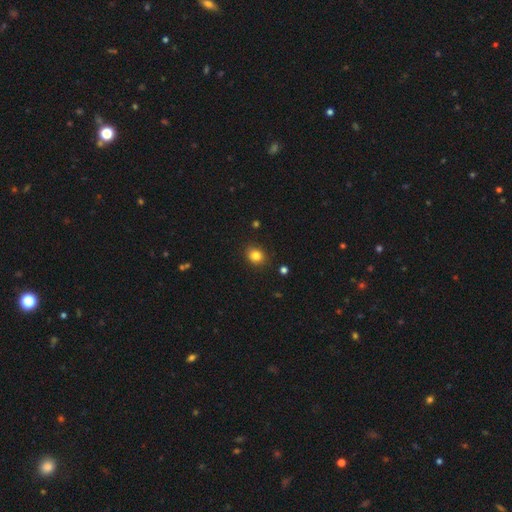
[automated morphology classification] Q: Smooth or featured?
A: smooth (83%); runner-up: star or artifact (12%)
Q: How rounded?
A: round (66%); runner-up: in between (33%)
Q: Merging?
A: none (88%); runner-up: minor disturbance (8%)